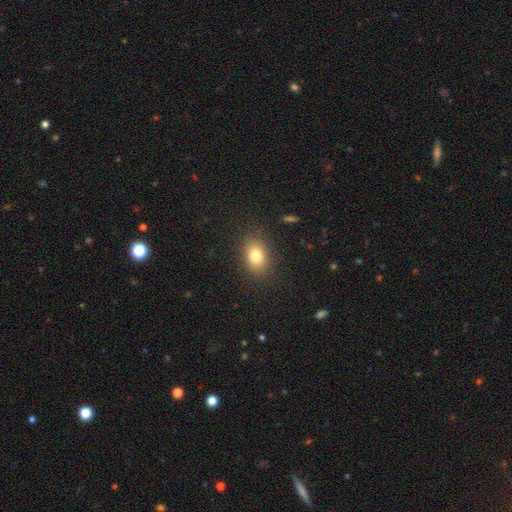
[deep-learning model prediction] smooth-or-featured: smooth: 80% | star or artifact: 10% | featured or disk: 10%
  how-rounded: in between: 72% | round: 26% | cigar-shaped: 1%
  merging: none: 86% | minor disturbance: 9% | major disturbance: 3% | merger: 1%